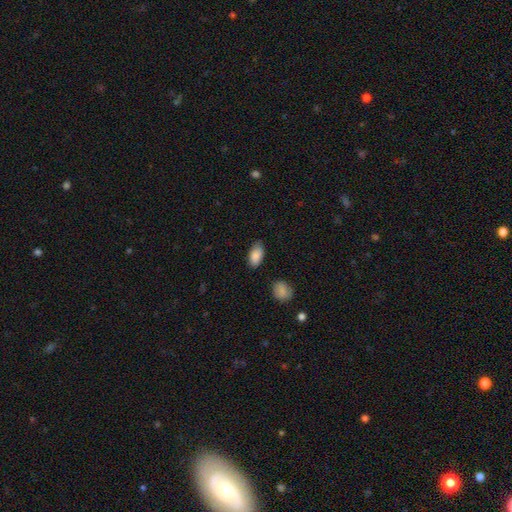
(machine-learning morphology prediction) The model was most divided on "merging": none: 79%, minor disturbance: 16%, major disturbance: 3%, merger: 2%. More confident: how rounded — in between (93%); smooth or featured — smooth (88%).